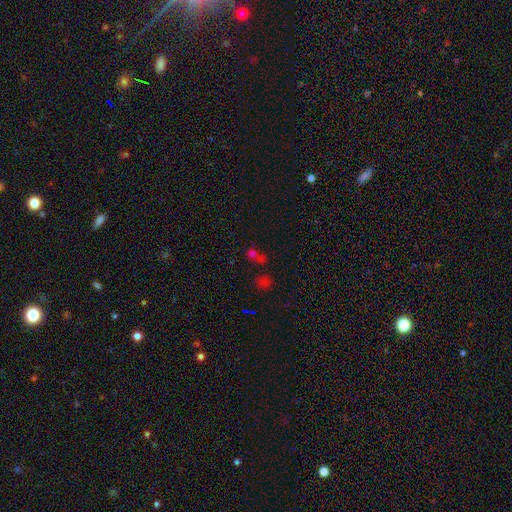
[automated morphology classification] Smooth or featured: smooth — 46% (star or artifact — 43%)
Merging: none — 44% (merger — 38%)